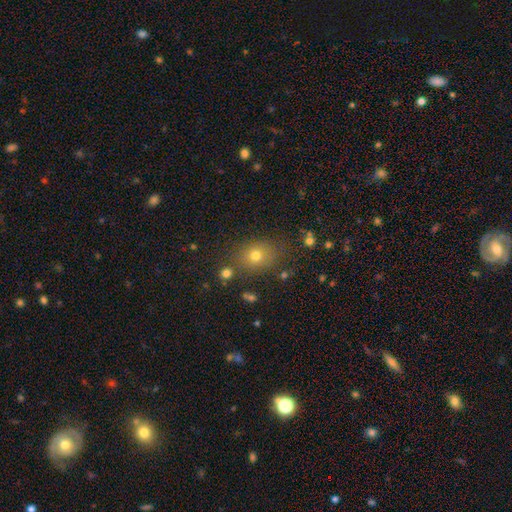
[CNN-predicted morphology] smooth_or_featured: smooth (p=0.71) [alt: star or artifact p=0.18]
how_rounded: round (p=0.54) [alt: in between p=0.44]
merging: none (p=0.78) [alt: minor disturbance p=0.12]